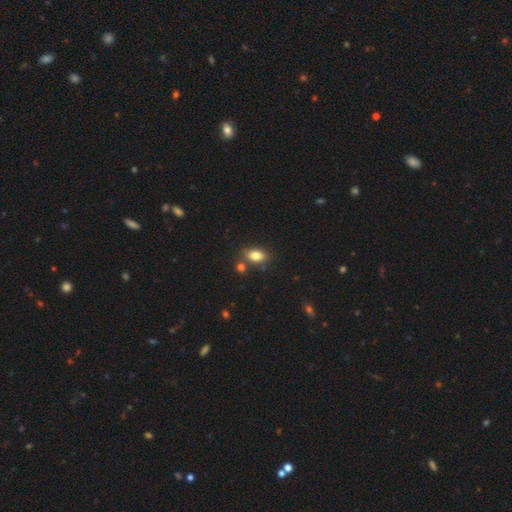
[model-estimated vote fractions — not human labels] smooth 82%, star or artifact 9%, featured or disk 9%. Down the decision tree: how rounded — in between (86%); merging — none (72%).